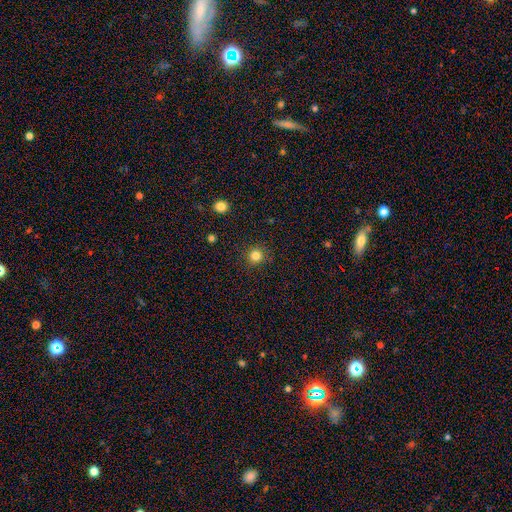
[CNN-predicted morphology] This appears to be a smooth galaxy with no disk features (83%) that is round (93%). Merging: none (90%).